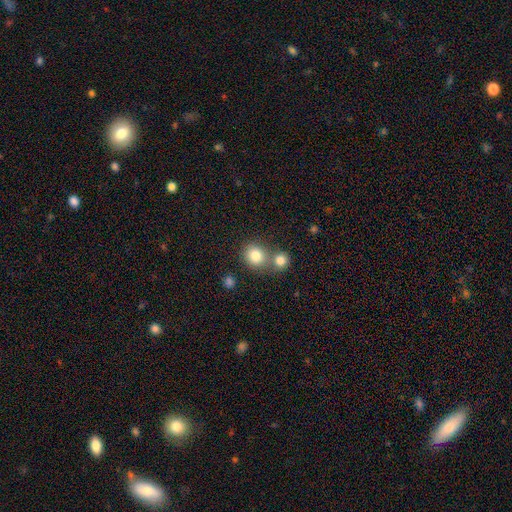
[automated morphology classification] A smooth galaxy with no disk features (82%) that is round (82%).

Vote fractions:
- Smooth or featured? smooth: 82% / star or artifact: 11% / featured or disk: 8%
- How rounded? round: 82% / in between: 17% / cigar-shaped: 1%
- Merging? none: 53% / merger: 36% / minor disturbance: 8% / major disturbance: 3%